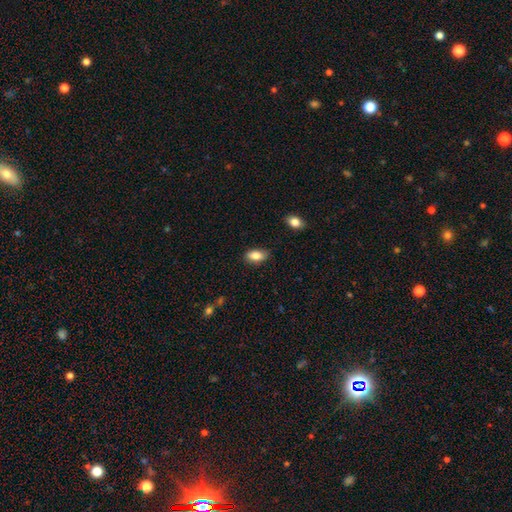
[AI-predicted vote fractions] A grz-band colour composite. It shows a smooth galaxy with no disk features (83%) that is in between round and cigar-shaped (90%). Merging: none (83%).